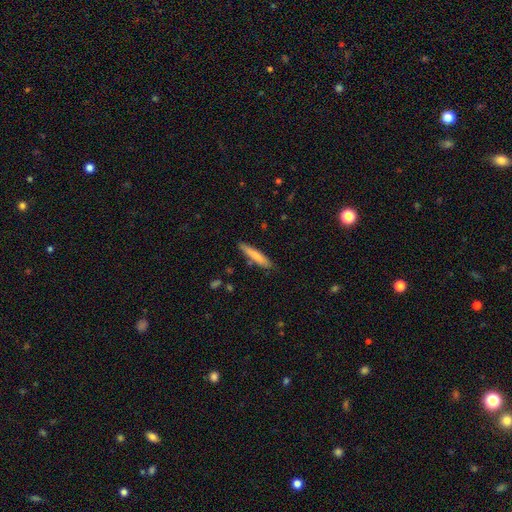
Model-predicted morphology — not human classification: smooth 75%, featured or disk 20%, star or artifact 6%. Down the decision tree: how rounded — cigar-shaped (90%); merging — none (83%).